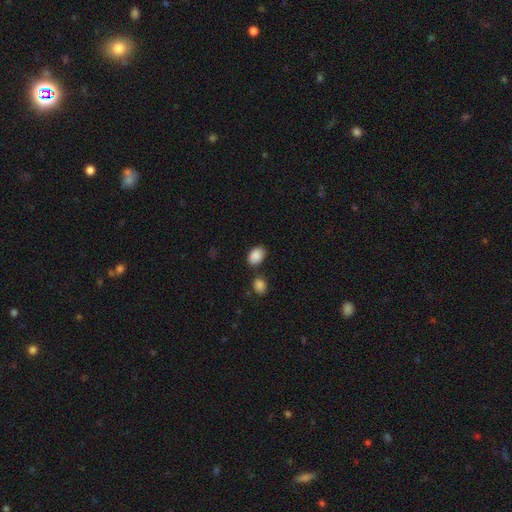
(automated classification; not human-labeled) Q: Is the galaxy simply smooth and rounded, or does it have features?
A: smooth — 88%.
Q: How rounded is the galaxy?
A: in between — 82%.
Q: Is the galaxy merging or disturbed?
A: none — 69%.